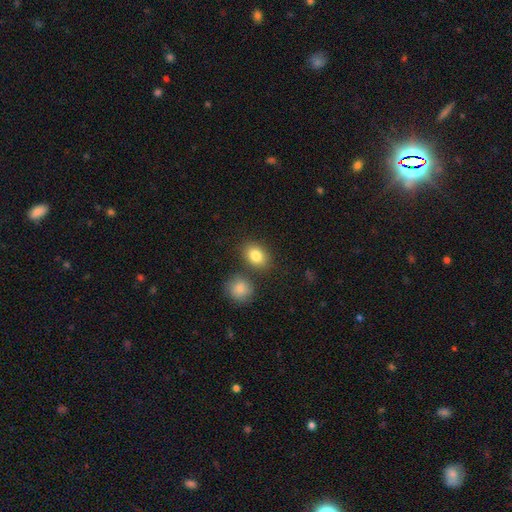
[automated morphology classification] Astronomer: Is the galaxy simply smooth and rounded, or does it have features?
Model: smooth — 84%.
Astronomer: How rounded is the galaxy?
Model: in between — 66%.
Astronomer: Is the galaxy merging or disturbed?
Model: none — 73%.